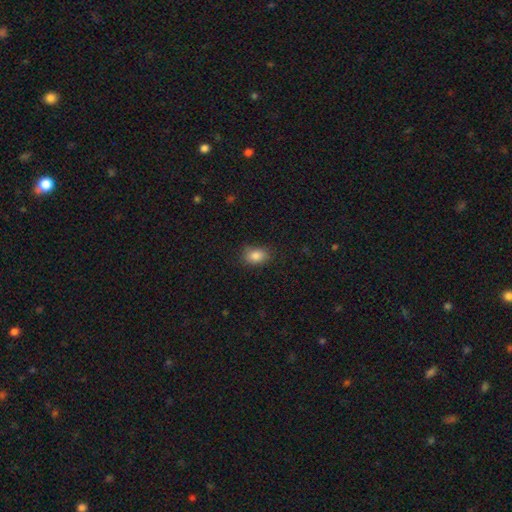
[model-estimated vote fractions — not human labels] A smooth galaxy with no disk features (85%) that is in between round and cigar-shaped (73%). Merging: none (80%).